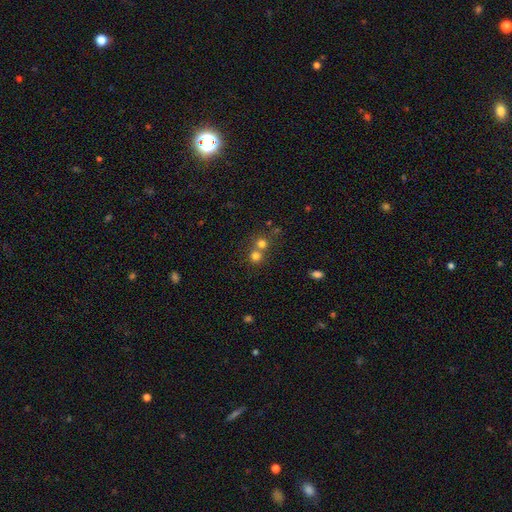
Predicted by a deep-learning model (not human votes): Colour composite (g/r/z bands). It shows a smooth galaxy with no disk features (74%) that is round (89%). Merging: none (48%).